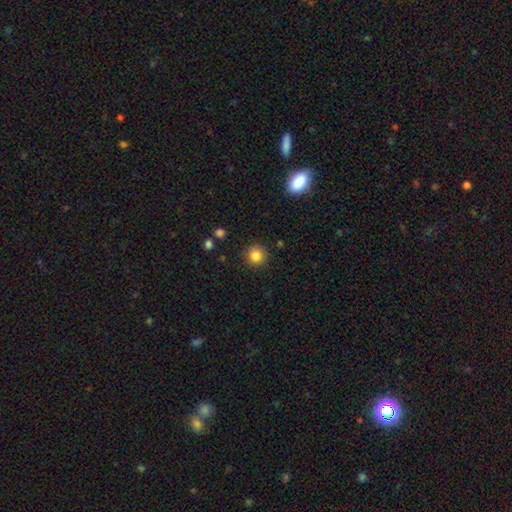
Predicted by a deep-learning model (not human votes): Overall: smooth (85%). How rounded: round (93%). Merging: none (89%).